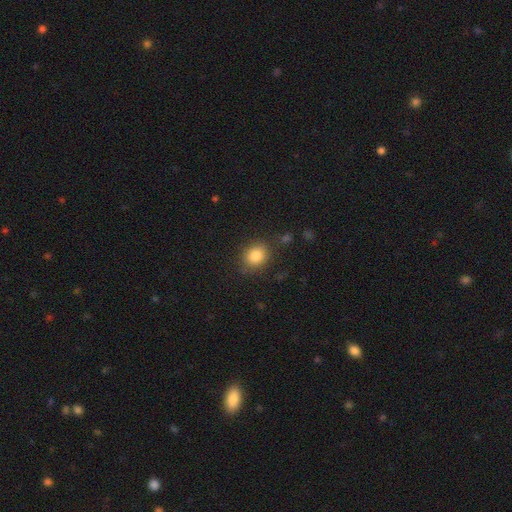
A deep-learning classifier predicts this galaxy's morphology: This is clearly a smooth galaxy (84%). How rounded: possibly round (59%). Merging: clearly none (80%).